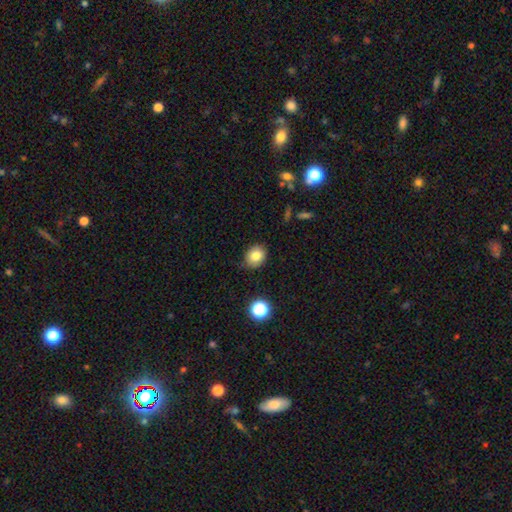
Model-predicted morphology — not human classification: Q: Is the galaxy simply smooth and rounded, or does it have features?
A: smooth — 80%.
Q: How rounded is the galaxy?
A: round — 60%.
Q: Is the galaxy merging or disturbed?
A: none — 81%.